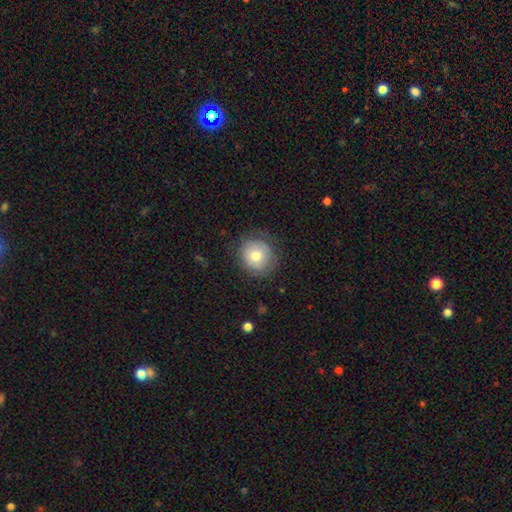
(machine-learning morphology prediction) smooth 73%, featured or disk 19%, star or artifact 8%. Down the decision tree: how rounded — round (88%); merging — none (76%).